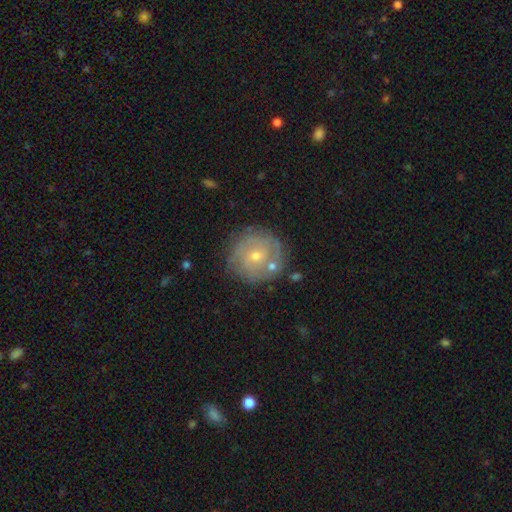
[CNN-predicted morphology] Smooth or featured? featured or disk (60%)
Edge-on disk? no (97%)
Bar? no (69%)
Spiral arms? yes (73%)
Bulge size? small (55%)
Merging? none (73%)